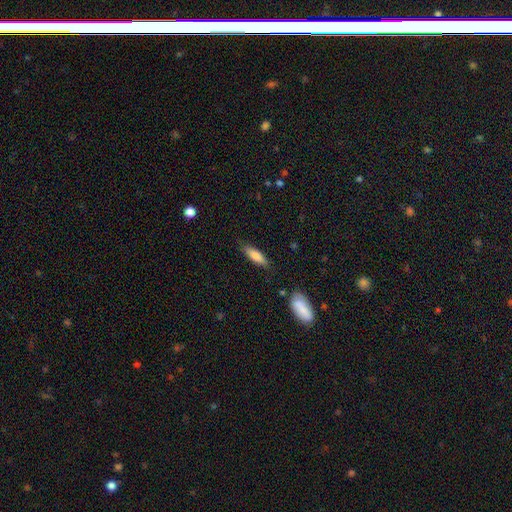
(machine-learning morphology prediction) This is likely a smooth galaxy (77%). How rounded: possibly cigar-shaped (56%). Merging: clearly none (81%).